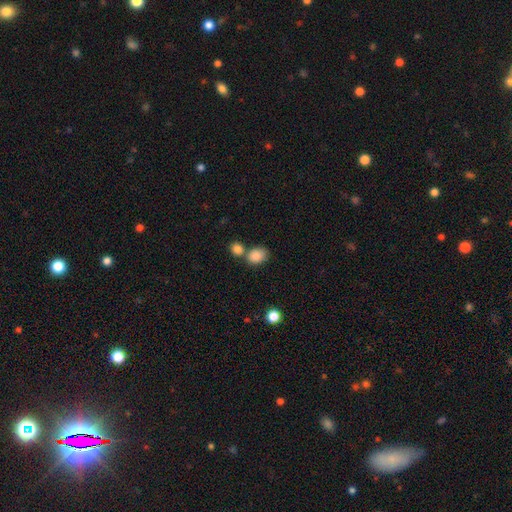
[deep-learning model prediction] Smooth or featured? Predicted: smooth (p=0.86). How rounded? Predicted: in between (p=0.61). Merging? Predicted: none (p=0.52).